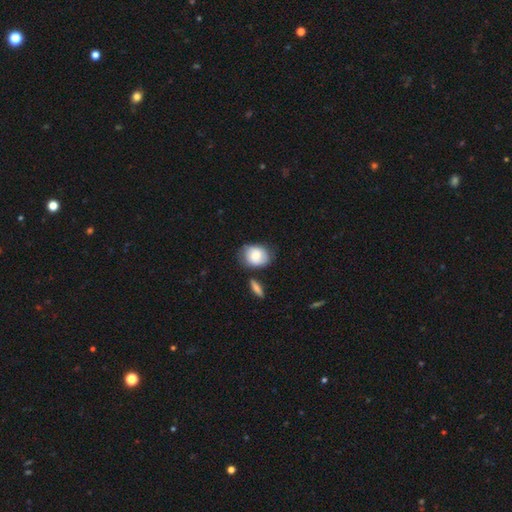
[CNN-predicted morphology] Smooth or featured? Predicted: smooth (p=0.72). How rounded? Predicted: in between (p=0.53). Merging? Predicted: none (p=0.62).